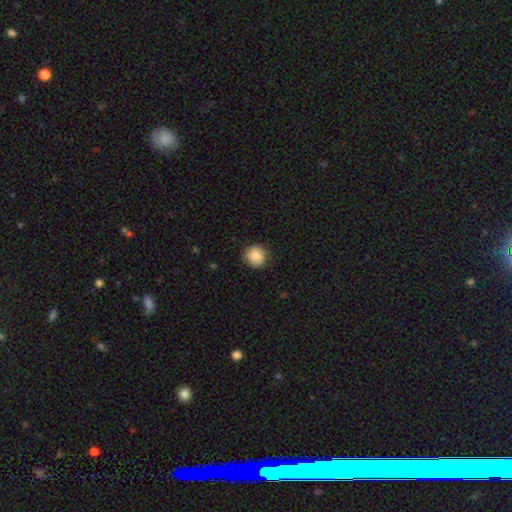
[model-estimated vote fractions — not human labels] Smooth or featured?
  - smooth: 88% *
  - star or artifact: 8%
  - featured or disk: 4%
How rounded?
  - round: 91% *
  - in between: 8%
  - cigar-shaped: 1%
Merging?
  - none: 86% *
  - minor disturbance: 11%
  - major disturbance: 2%
  - merger: 1%